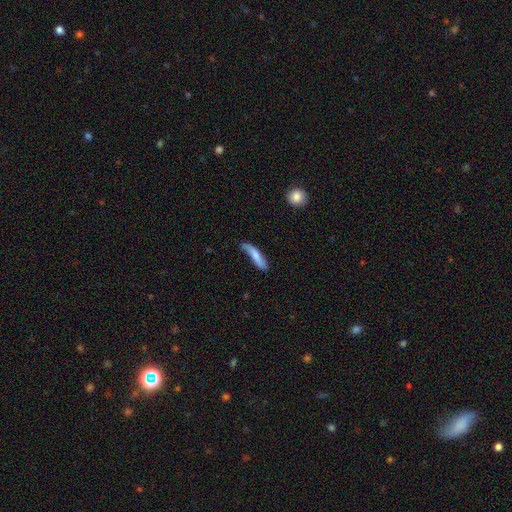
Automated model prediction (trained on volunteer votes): Smooth or featured: smooth — 72% (featured or disk — 23%)
How rounded: cigar-shaped — 80% (in between — 18%)
Merging: none — 56% (minor disturbance — 32%)